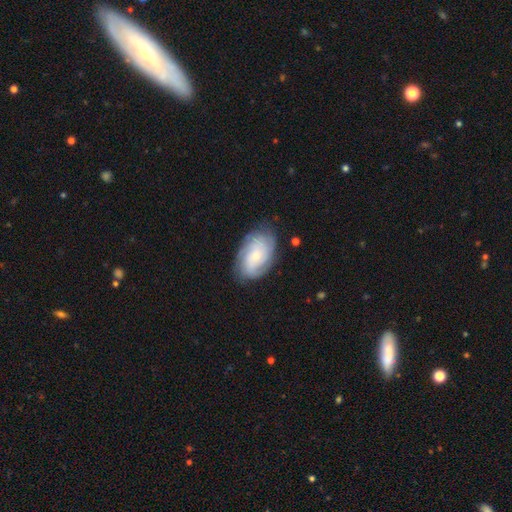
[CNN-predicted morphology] A featured or disk galaxy (71%) with no bar (74%), tight (63%) spiral arms (93%) and a small central bulge (63%).

Vote fractions:
- Smooth or featured? featured or disk: 71% / smooth: 23% / star or artifact: 6%
- Edge-on disk? no: 96% / yes: 4%
- Bar? no: 74% / weak: 22% / strong: 4%
- Spiral arms? yes: 93% / no: 7%
- Spiral winding? tight: 63% / medium: 28% / loose: 8%
- Spiral arm count? can't tell: 38% / 3: 19% / 4: 17% / 2: 16% / more than 4: 6% / 1: 5%
- Bulge size? small: 63% / moderate: 31% / large: 3% / none: 2% / dominant: 1%
- Merging? none: 77% / minor disturbance: 16% / major disturbance: 5% / merger: 1%